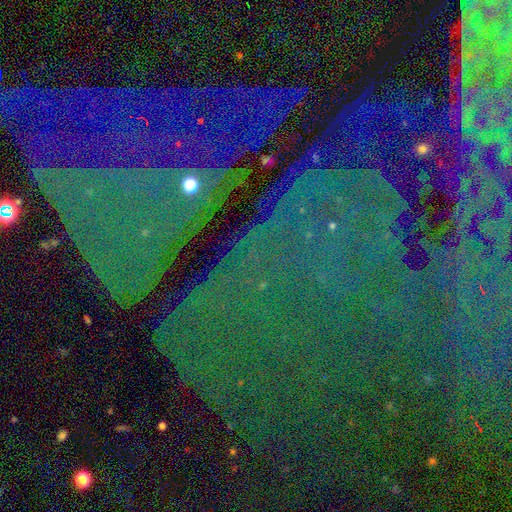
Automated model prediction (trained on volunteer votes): Morphology: type=star or artifact (84%).